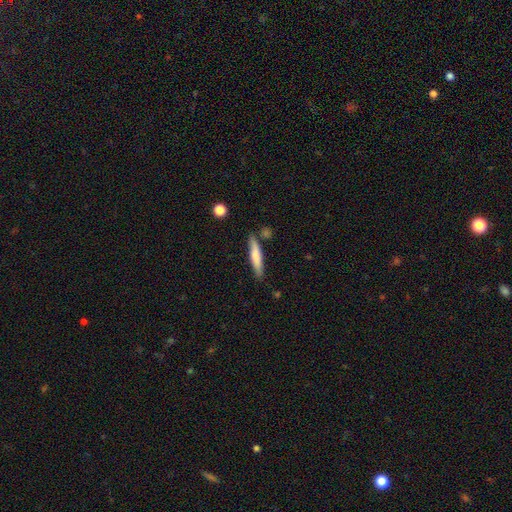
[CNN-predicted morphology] This appears to be a smooth galaxy with no disk features (70%) that is cigar-shaped (88%). Merging: none (79%).